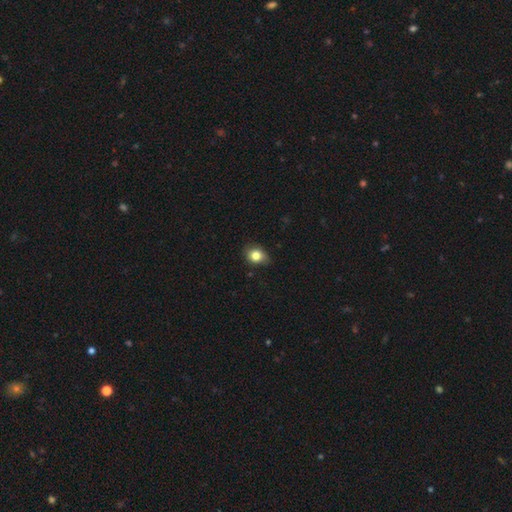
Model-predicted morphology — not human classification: A smooth galaxy with no disk features (81%) that is round (51%). Merging: none (69%).